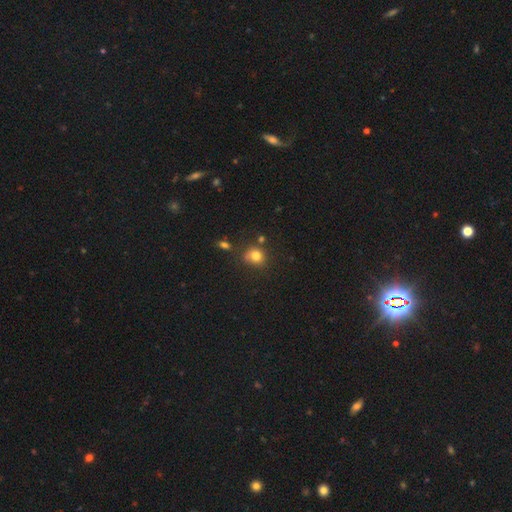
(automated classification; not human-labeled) Smooth or featured? smooth (79%)
How rounded? round (76%)
Merging? none (65%)